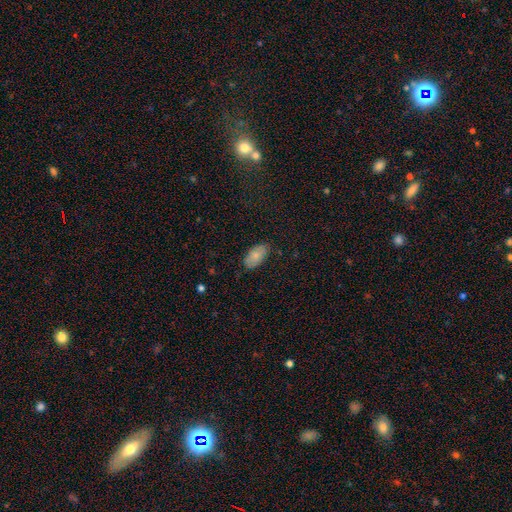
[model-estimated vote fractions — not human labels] A smooth galaxy with no disk features (81%) that is in between round and cigar-shaped (94%). Merging: none (83%).